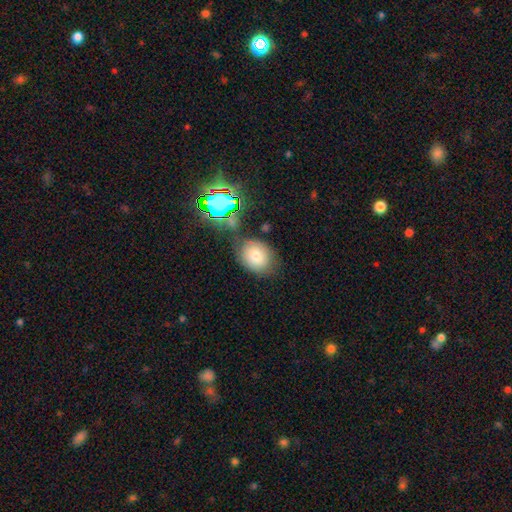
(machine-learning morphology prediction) smooth-or-featured: smooth: 73% | star or artifact: 15% | featured or disk: 12%
  how-rounded: round: 60% | in between: 39% | cigar-shaped: 1%
  merging: none: 70% | minor disturbance: 16% | merger: 9% | major disturbance: 5%